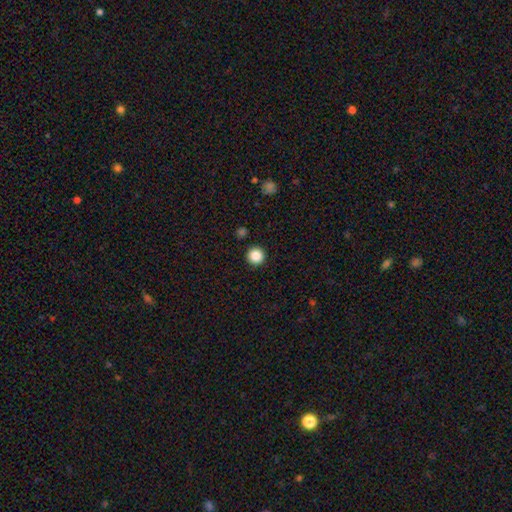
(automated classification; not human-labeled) Q: Smooth or featured?
A: smooth (87%); runner-up: star or artifact (10%)
Q: How rounded?
A: round (96%); runner-up: in between (3%)
Q: Merging?
A: none (93%); runner-up: minor disturbance (4%)